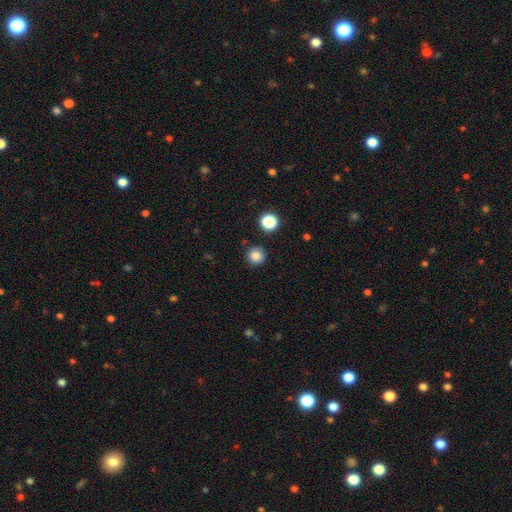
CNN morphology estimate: Smooth or featured? Predicted: smooth (p=0.83). How rounded? Predicted: round (p=0.95). Merging? Predicted: none (p=0.90).